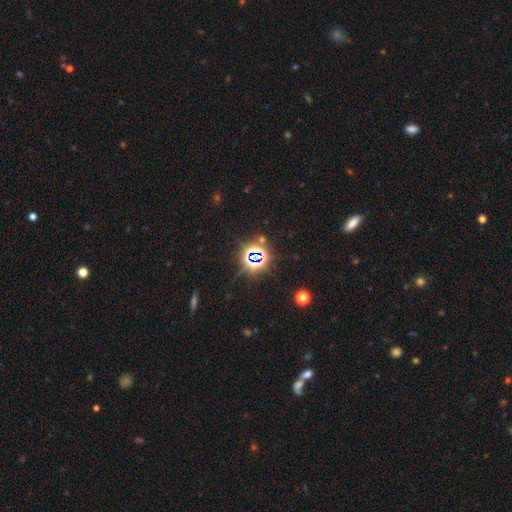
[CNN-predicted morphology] A star or artifact, not a galaxy (80%).

Vote fractions:
- Smooth or featured? star or artifact: 80% / smooth: 12% / featured or disk: 8%